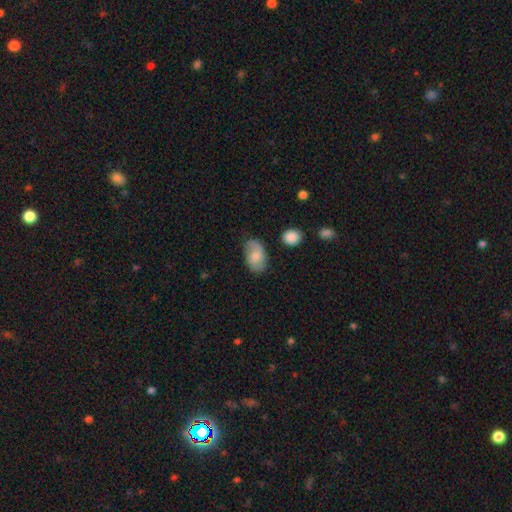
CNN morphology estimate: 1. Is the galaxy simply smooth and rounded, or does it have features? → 67% smooth, 26% featured or disk, 7% star or artifact.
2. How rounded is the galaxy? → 90% in between, 8% round, 1% cigar-shaped.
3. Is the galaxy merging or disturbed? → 69% none, 22% minor disturbance, 6% major disturbance, 3% merger.